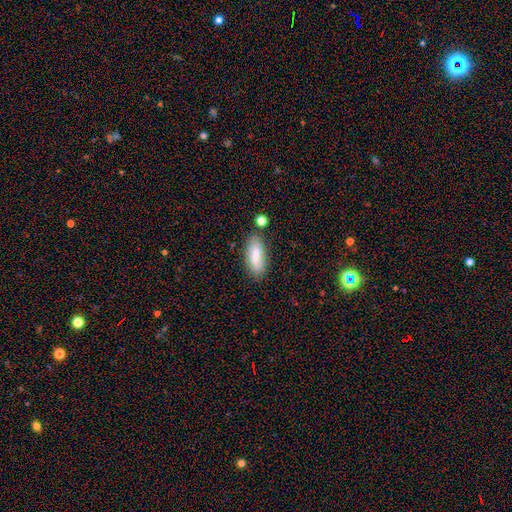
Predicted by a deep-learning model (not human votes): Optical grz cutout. It shows a smooth galaxy with no disk features (77%) that is in between round and cigar-shaped (76%). Merging: none (78%).